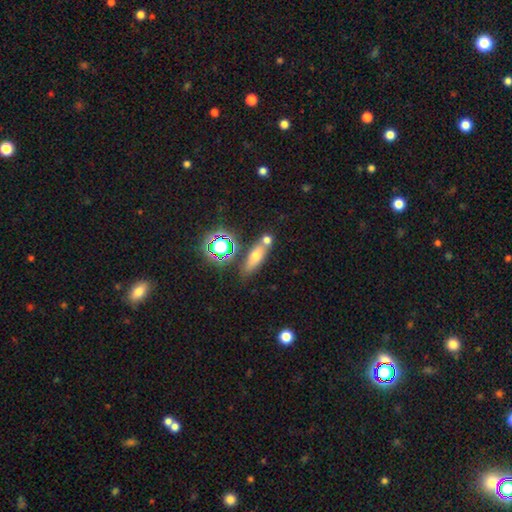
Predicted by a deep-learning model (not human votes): A smooth galaxy with no disk features (53%) that is in between round and cigar-shaped (44%).

Vote fractions:
- Smooth or featured? smooth: 53% / featured or disk: 25% / star or artifact: 22%
- How rounded? in between: 44% / cigar-shaped: 43% / round: 13%
- Merging? none: 61% / merger: 23% / minor disturbance: 12% / major disturbance: 4%